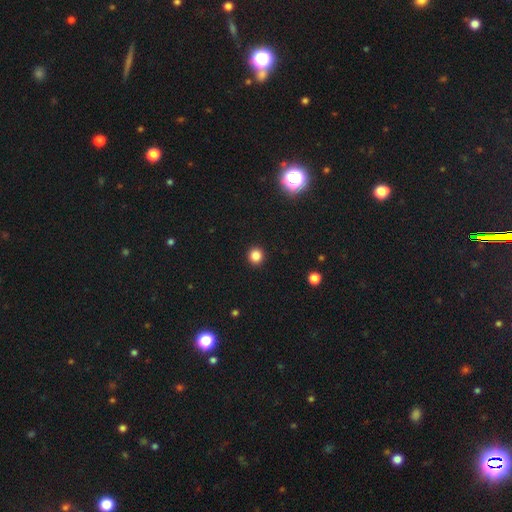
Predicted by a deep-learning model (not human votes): Smooth or featured? Predicted: smooth (p=0.84). How rounded? Predicted: round (p=0.92). Merging? Predicted: none (p=0.93).